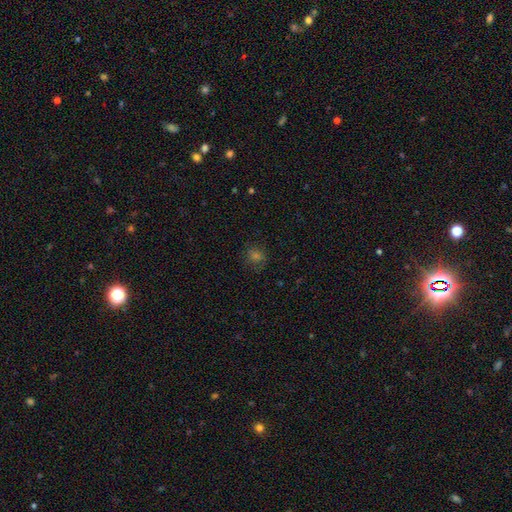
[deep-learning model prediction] Smooth or featured? Predicted: smooth (p=0.60). How rounded? Predicted: round (p=0.79). Merging? Predicted: none (p=0.84).